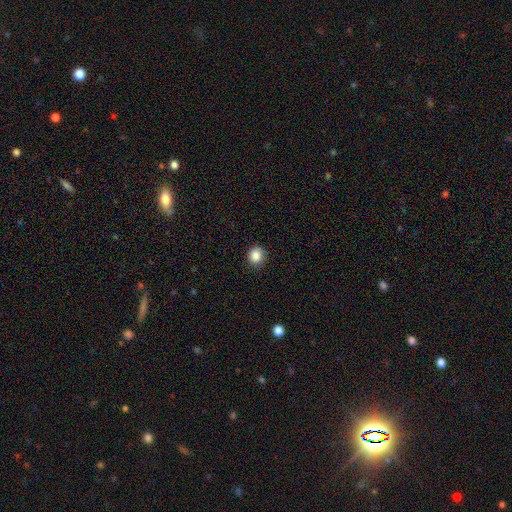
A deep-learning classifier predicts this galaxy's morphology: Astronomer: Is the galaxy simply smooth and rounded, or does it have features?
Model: smooth — 86%.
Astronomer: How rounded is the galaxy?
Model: round — 82%.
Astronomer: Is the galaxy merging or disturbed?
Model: none — 89%.